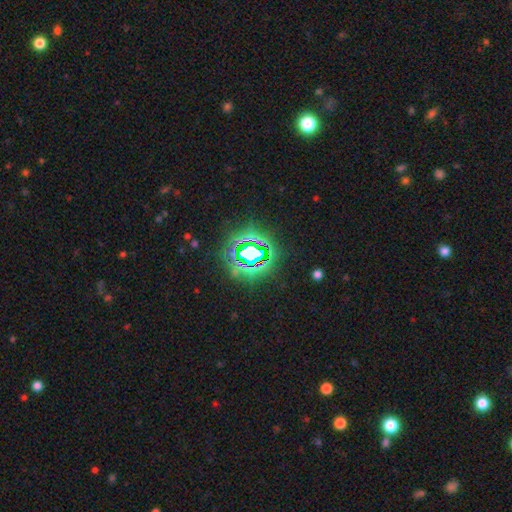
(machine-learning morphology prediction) Q: Smooth or featured?
A: star or artifact (81%); runner-up: smooth (10%)